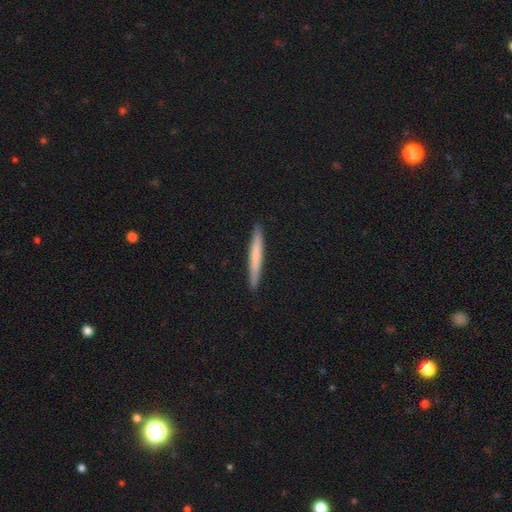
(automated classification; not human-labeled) Smooth or featured?
  - smooth: 64% *
  - featured or disk: 31%
  - star or artifact: 5%
How rounded?
  - cigar-shaped: 97% *
  - in between: 2%
  - round: 1%
Merging?
  - none: 92% *
  - minor disturbance: 5%
  - major disturbance: 1%
  - merger: 1%